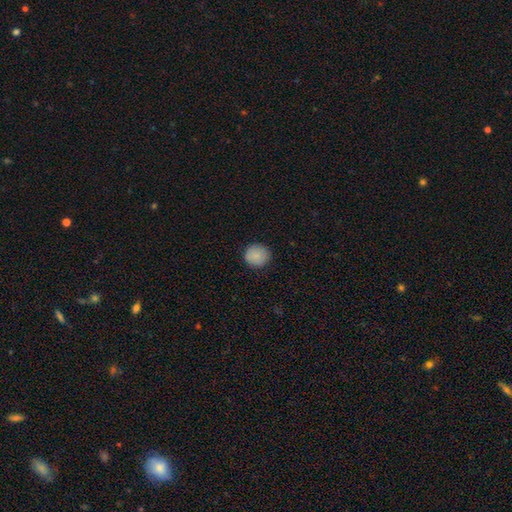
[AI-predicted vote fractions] A smooth galaxy with no disk features (87%) that is round (91%).

Vote fractions:
- Smooth or featured? smooth: 87% / star or artifact: 8% / featured or disk: 5%
- How rounded? round: 91% / in between: 8% / cigar-shaped: 1%
- Merging? none: 89% / minor disturbance: 8% / major disturbance: 2% / merger: 1%